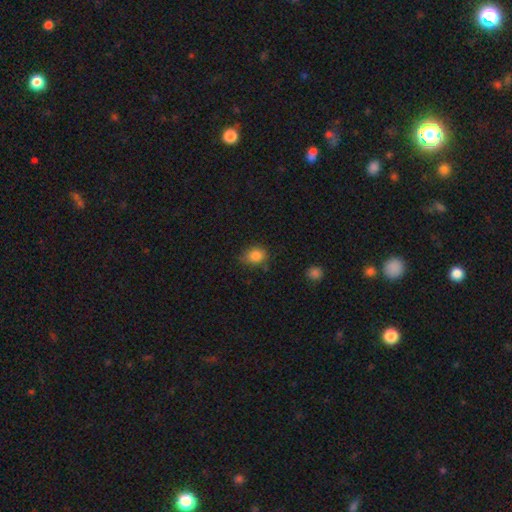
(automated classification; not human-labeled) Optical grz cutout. It shows a smooth galaxy with no disk features (84%) that is round (52%). Merging: none (72%).